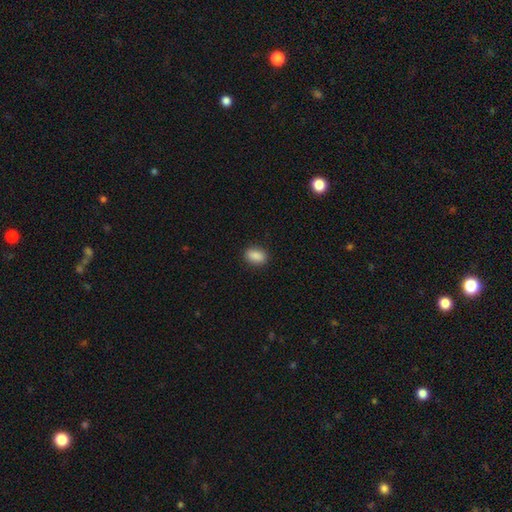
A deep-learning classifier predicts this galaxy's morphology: smooth-or-featured: smooth: 89% | star or artifact: 8% | featured or disk: 3%
  how-rounded: in between: 84% | round: 14% | cigar-shaped: 2%
  merging: none: 89% | minor disturbance: 8% | major disturbance: 2% | merger: 1%